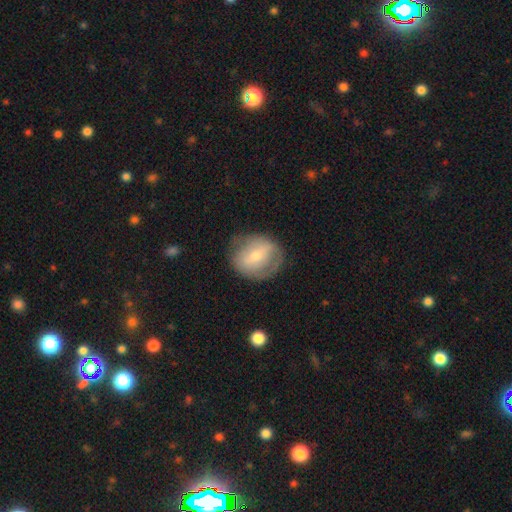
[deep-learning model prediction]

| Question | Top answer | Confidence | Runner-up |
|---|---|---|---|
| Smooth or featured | smooth | 48% | featured or disk (45%) |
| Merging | none | 71% | minor disturbance (19%) |